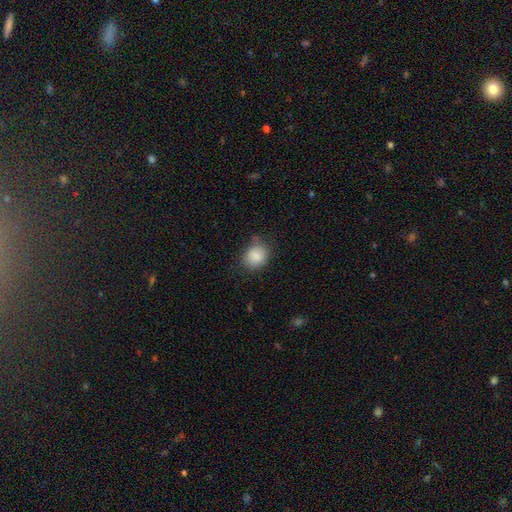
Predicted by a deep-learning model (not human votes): Smooth or featured? smooth (86%)
How rounded? round (63%)
Merging? none (64%)